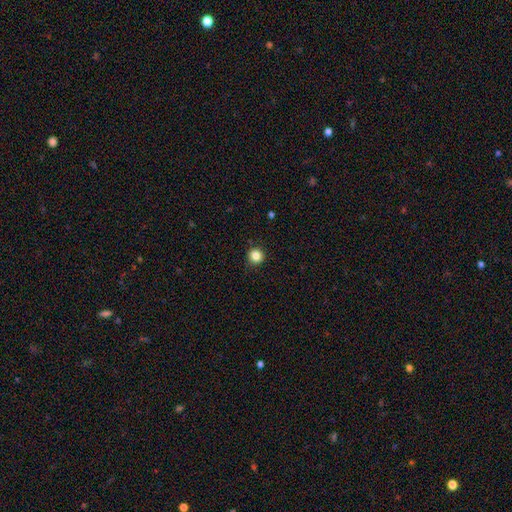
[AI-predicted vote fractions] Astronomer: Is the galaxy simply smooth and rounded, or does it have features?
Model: smooth — 84%.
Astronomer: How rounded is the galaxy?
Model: round — 94%.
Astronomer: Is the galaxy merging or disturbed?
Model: none — 90%.